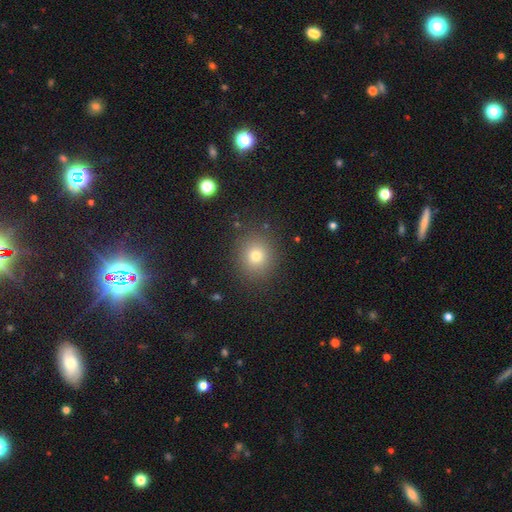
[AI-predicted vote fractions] Morphology: type=smooth (75%); roundness=round (80%); merging=none (87%).